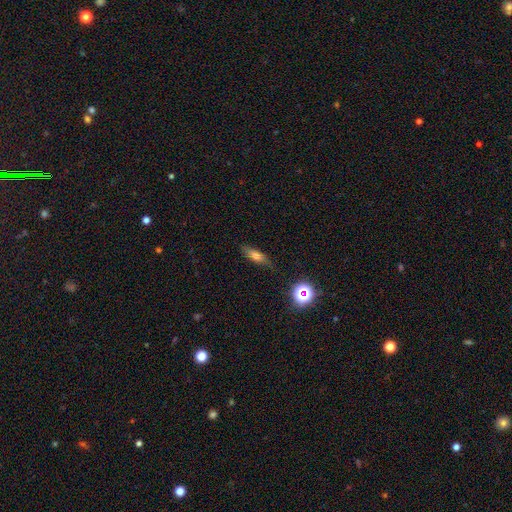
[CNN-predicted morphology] This is likely a smooth galaxy (64%). How rounded: possibly in between (51%). Merging: likely none (79%).